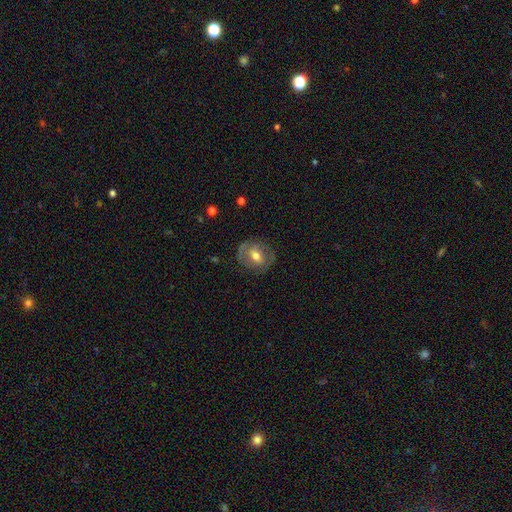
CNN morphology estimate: Overall: smooth (49%; featured or disk 43%). Merging: none (75%).